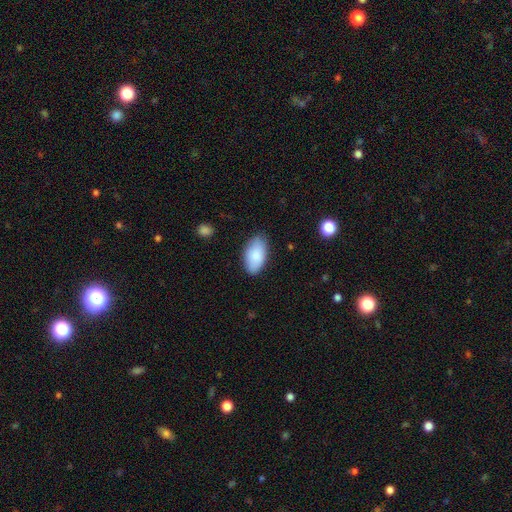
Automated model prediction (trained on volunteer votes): Smooth or featured: smooth — 85% (featured or disk — 9%)
How rounded: in between — 95% (round — 3%)
Merging: none — 82% (minor disturbance — 14%)